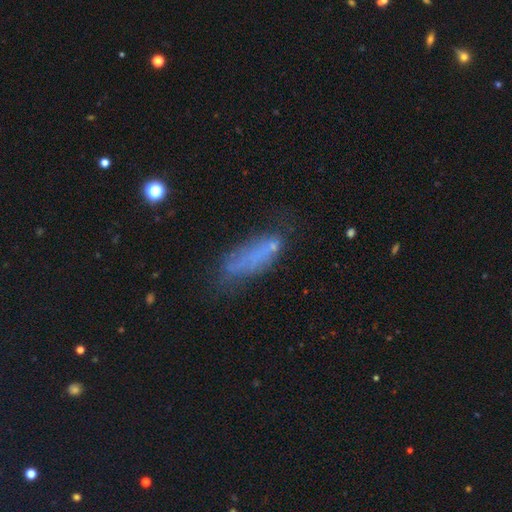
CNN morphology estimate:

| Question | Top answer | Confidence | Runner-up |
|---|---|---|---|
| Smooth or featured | smooth | 58% | featured or disk (26%) |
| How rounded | in between | 52% | cigar-shaped (45%) |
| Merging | none | 48% | minor disturbance (26%) |